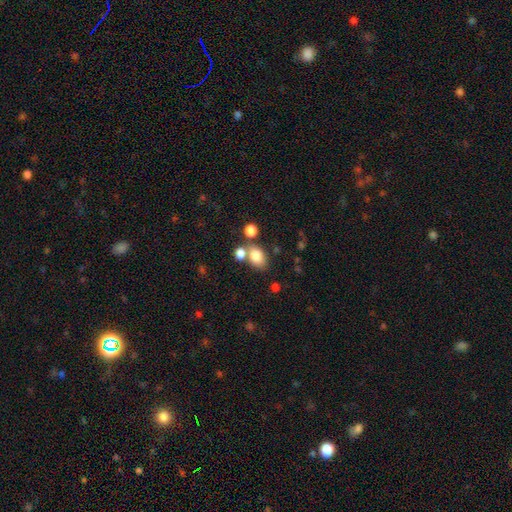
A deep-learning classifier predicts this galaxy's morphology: smooth 80%, star or artifact 11%, featured or disk 10%. Down the decision tree: how rounded — in between (78%); merging — none (55%).